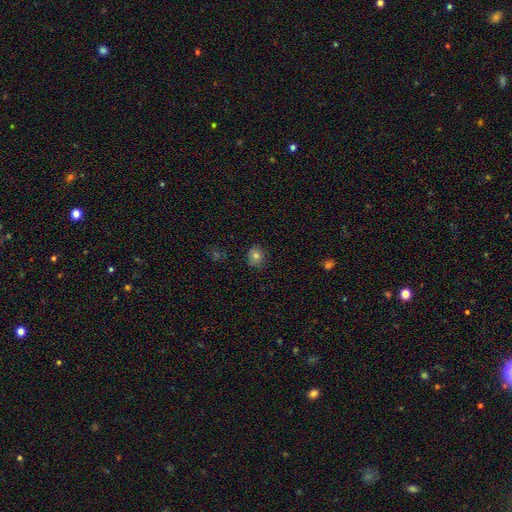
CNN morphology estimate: This appears to be a smooth galaxy with no disk features (79%) that is round (79%). Merging: none (84%).